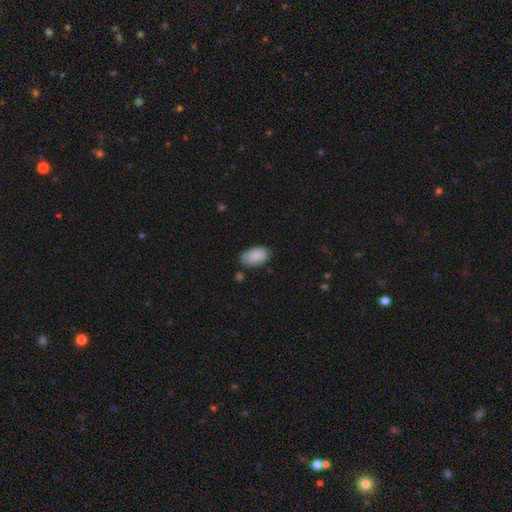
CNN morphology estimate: This appears to be a smooth galaxy with no disk features (88%) that is in between round and cigar-shaped (94%). Merging: none (72%).